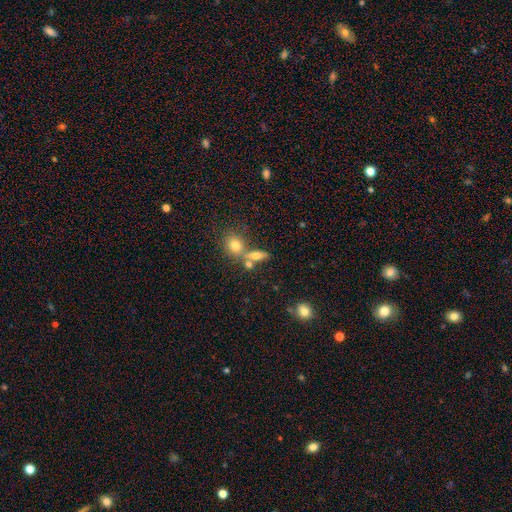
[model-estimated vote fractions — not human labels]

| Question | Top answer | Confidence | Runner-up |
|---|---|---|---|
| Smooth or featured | smooth | 64% | featured or disk (24%) |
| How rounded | in between | 57% | cigar-shaped (26%) |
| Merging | none | 47% | merger (37%) |